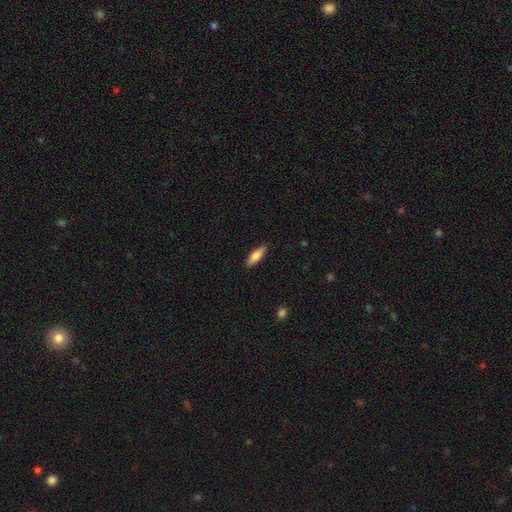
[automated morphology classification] Smooth or featured: smooth — 75% (featured or disk — 20%)
How rounded: in between — 51% (cigar-shaped — 47%)
Merging: none — 88% (minor disturbance — 9%)